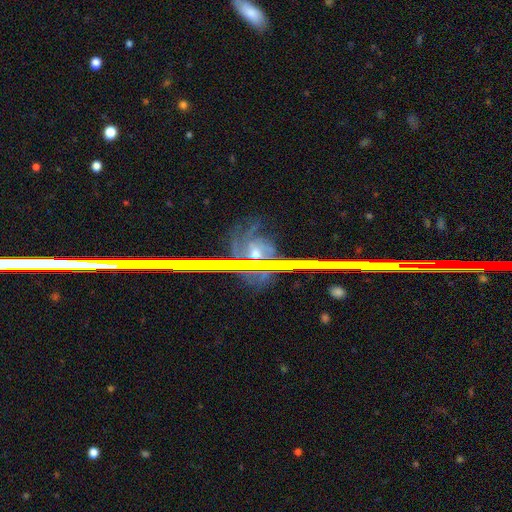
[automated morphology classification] featured or disk 47%, star or artifact 37%, smooth 15%. Down the decision tree: merging — none (70%).